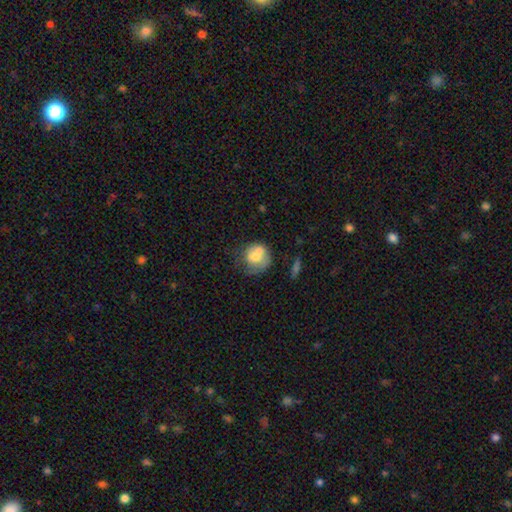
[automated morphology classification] Smooth or featured?
  - smooth: 63% *
  - featured or disk: 29%
  - star or artifact: 8%
How rounded?
  - round: 79% *
  - in between: 20%
  - cigar-shaped: 1%
Merging?
  - none: 35% *
  - merger: 32%
  - minor disturbance: 20%
  - major disturbance: 12%